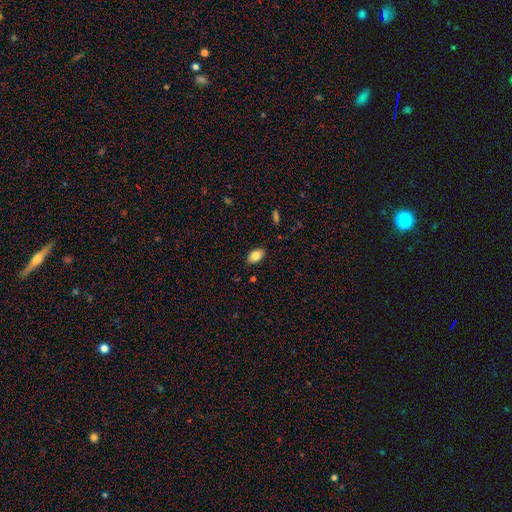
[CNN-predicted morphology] Smooth or featured?
  - smooth: 82% *
  - featured or disk: 10%
  - star or artifact: 8%
How rounded?
  - in between: 91% *
  - round: 7%
  - cigar-shaped: 2%
Merging?
  - none: 85% *
  - minor disturbance: 11%
  - major disturbance: 2%
  - merger: 1%